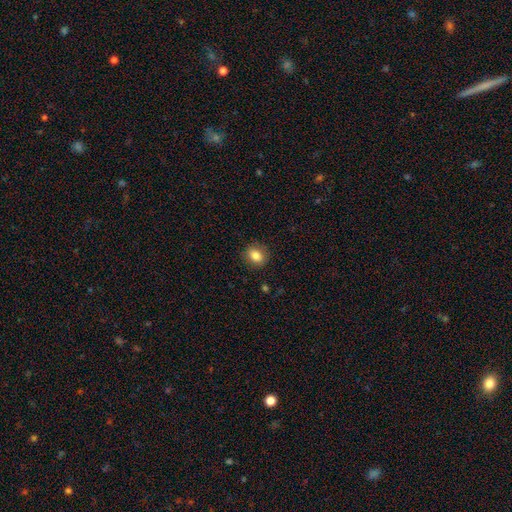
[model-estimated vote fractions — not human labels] Smooth or featured?
  - smooth: 84% *
  - star or artifact: 9%
  - featured or disk: 7%
How rounded?
  - round: 56% *
  - in between: 43%
  - cigar-shaped: 1%
Merging?
  - none: 88% *
  - minor disturbance: 9%
  - major disturbance: 3%
  - merger: 1%